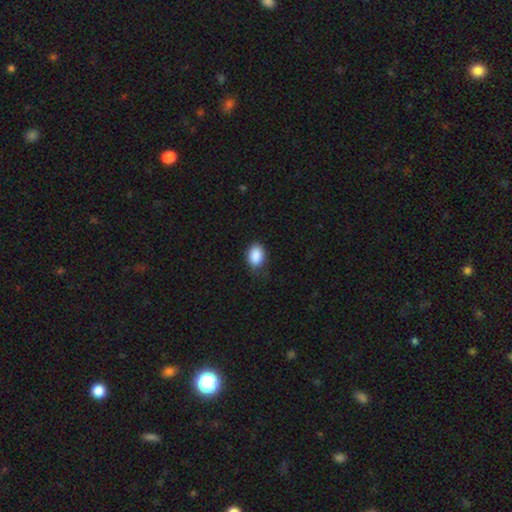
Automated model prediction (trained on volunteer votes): Smooth or featured?
  - smooth: 89% *
  - star or artifact: 8%
  - featured or disk: 3%
How rounded?
  - in between: 81% *
  - round: 18%
  - cigar-shaped: 1%
Merging?
  - none: 77% *
  - minor disturbance: 18%
  - major disturbance: 4%
  - merger: 1%